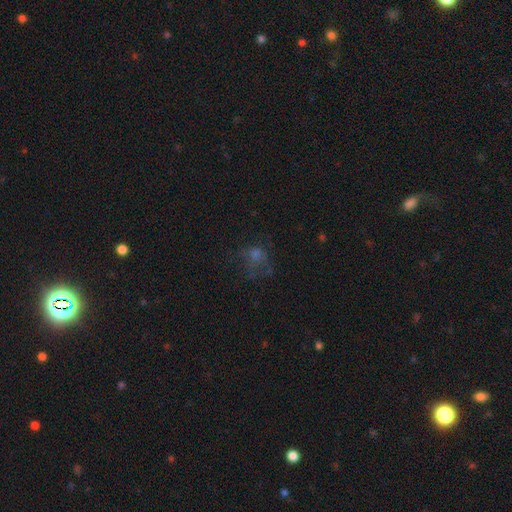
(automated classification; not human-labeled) The model was most divided on "smooth or featured": smooth: 44%, star or artifact: 29%, featured or disk: 27%. Remaining: merging — none (47%).